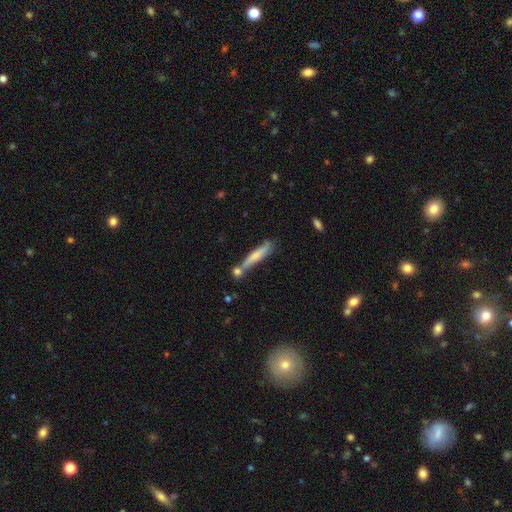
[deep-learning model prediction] This is likely a smooth galaxy (64%). How rounded: clearly cigar-shaped (91%). Merging: possibly none (58%).